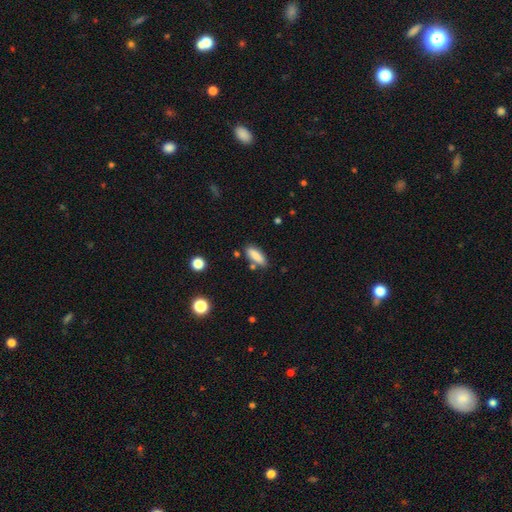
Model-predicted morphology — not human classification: Overall: smooth (85%). How rounded: in between (58%; cigar-shaped 40%). Merging: none (76%).